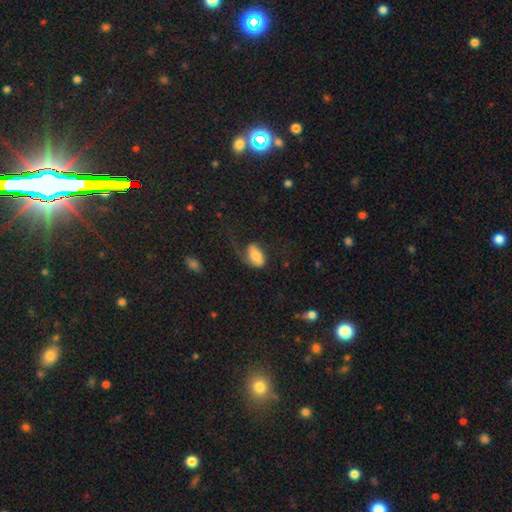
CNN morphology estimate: Overall: smooth (60%; featured or disk 33%). How rounded: in between (91%). Merging: major disturbance (42%; none 32%).